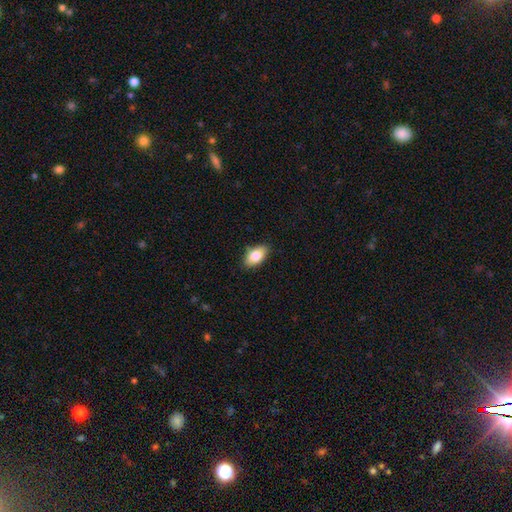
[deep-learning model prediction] Smooth or featured: smooth — 82% (featured or disk — 11%)
How rounded: in between — 92% (round — 5%)
Merging: none — 85% (minor disturbance — 12%)